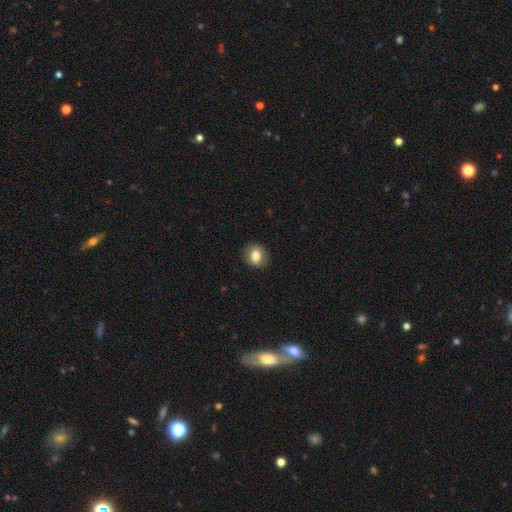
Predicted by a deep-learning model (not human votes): smooth-or-featured: smooth: 77% | featured or disk: 14% | star or artifact: 9%
  how-rounded: round: 64% | in between: 35% | cigar-shaped: 1%
  merging: none: 87% | minor disturbance: 9% | major disturbance: 3% | merger: 1%